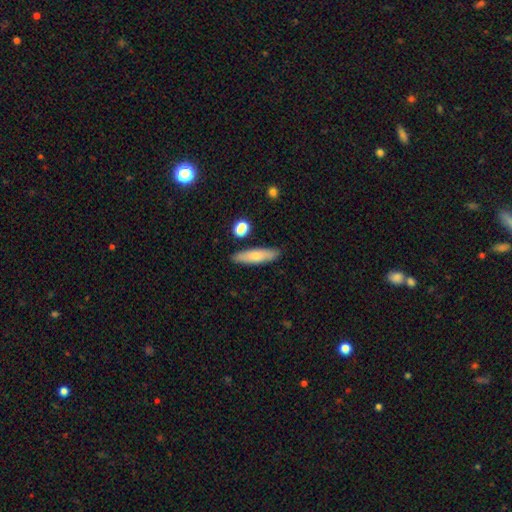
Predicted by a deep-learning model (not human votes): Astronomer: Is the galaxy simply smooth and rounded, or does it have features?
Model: smooth — 71%.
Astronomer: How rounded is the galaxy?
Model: cigar-shaped — 69%.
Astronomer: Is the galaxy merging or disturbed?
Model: none — 85%.